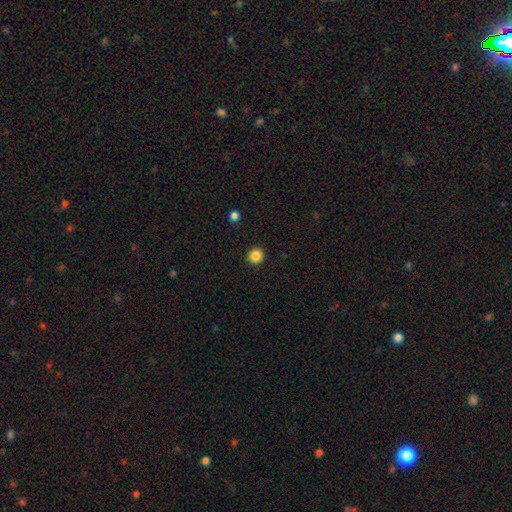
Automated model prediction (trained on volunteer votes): smooth-or-featured: smooth: 86% | star or artifact: 11% | featured or disk: 3%
  how-rounded: round: 93% | in between: 7% | cigar-shaped: 1%
  merging: none: 93% | minor disturbance: 5% | major disturbance: 2% | merger: 1%